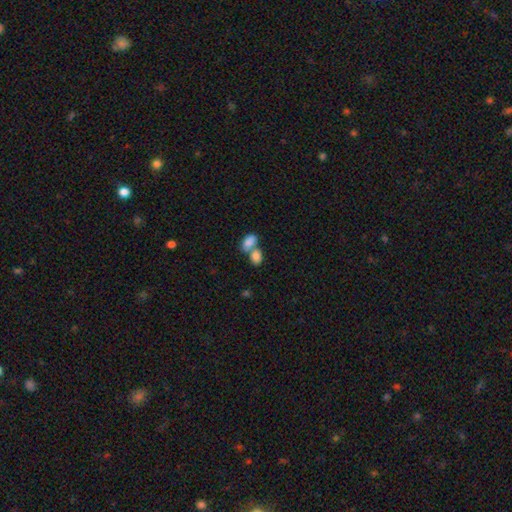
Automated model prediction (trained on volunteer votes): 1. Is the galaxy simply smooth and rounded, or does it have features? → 83% smooth, 9% featured or disk, 8% star or artifact.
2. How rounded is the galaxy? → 82% in between, 17% round, 2% cigar-shaped.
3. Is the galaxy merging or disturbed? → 62% merger, 28% none, 7% minor disturbance, 3% major disturbance.